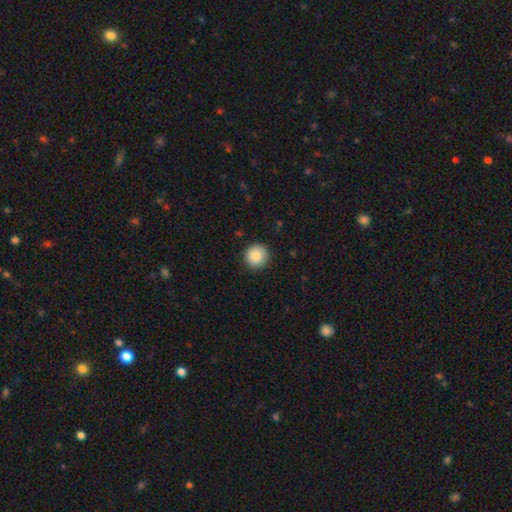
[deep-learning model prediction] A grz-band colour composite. It shows a smooth galaxy with no disk features (88%) that is round (93%). Merging: none (90%).